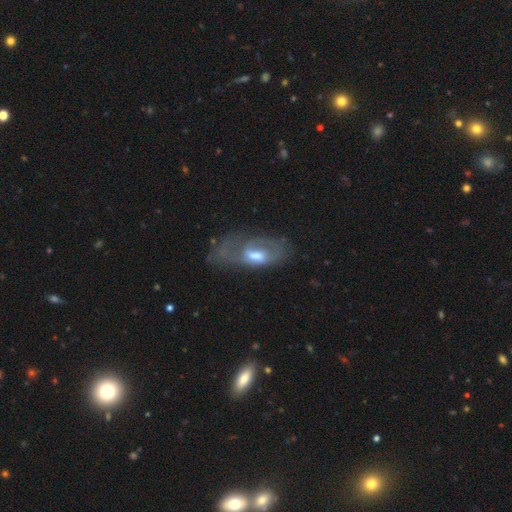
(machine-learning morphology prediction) The model was most divided on "merging": major disturbance: 37%, none: 33%, minor disturbance: 27%, merger: 4%. Remaining: edge-on disk — no (89%); bulge size — moderate (59%); smooth or featured — featured or disk (59%); spiral arms — yes (53%); bar — weak (45%).